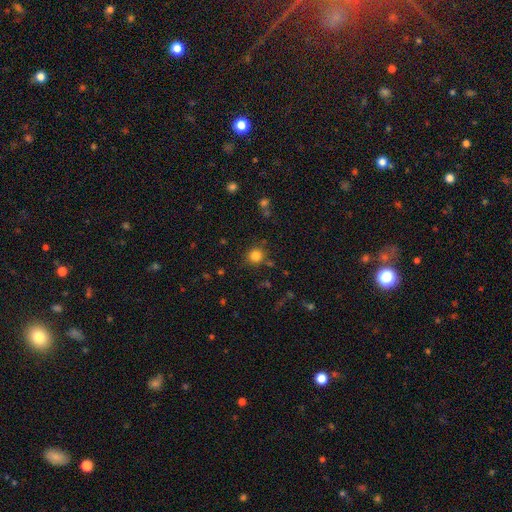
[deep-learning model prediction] Smooth or featured? smooth (82%)
How rounded? round (91%)
Merging? none (84%)